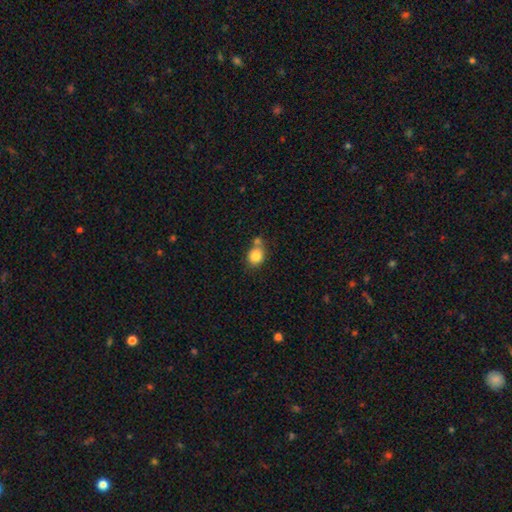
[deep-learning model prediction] The model was most divided on "how rounded": round: 61%, in between: 38%, cigar-shaped: 1%. More confident: smooth or featured — smooth (84%); merging — none (56%).